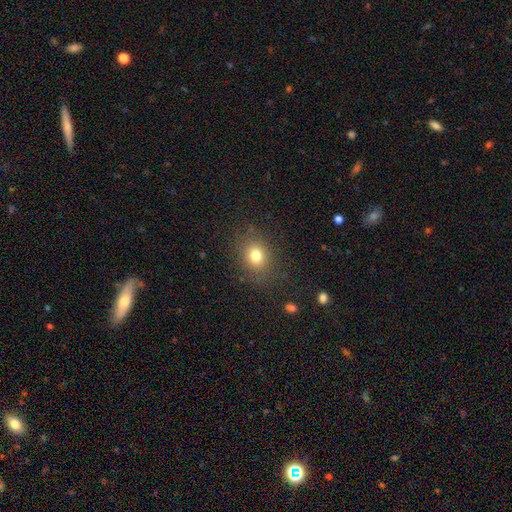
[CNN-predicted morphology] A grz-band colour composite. It shows a smooth galaxy with no disk features (77%) that is round (54%). Merging: none (83%).